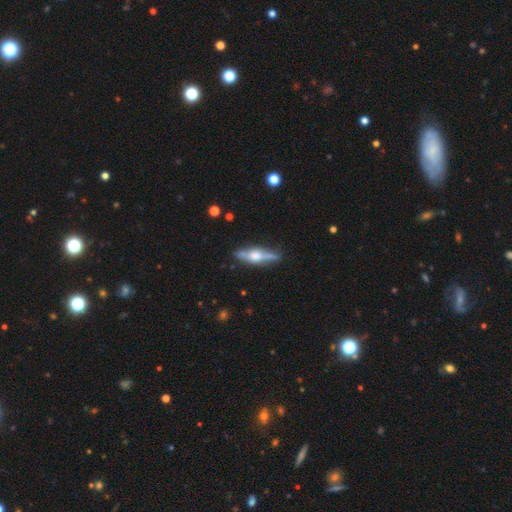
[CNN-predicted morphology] The model was most divided on "smooth or featured": featured or disk: 71%, smooth: 23%, star or artifact: 6%. More confident: edge-on disk — yes (95%); edge-on bulge — rounded (88%); merging — none (83%).